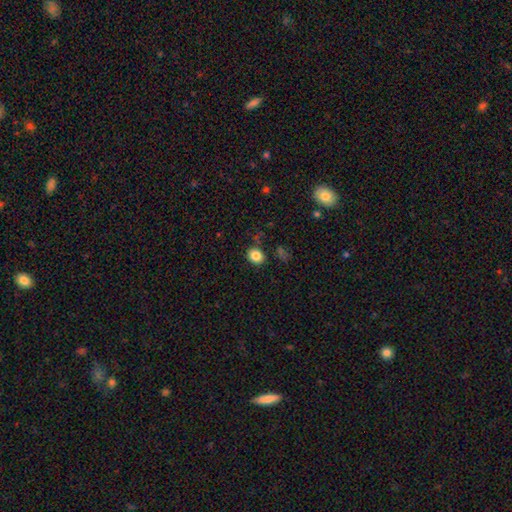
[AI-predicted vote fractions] smooth 84%, star or artifact 10%, featured or disk 5%. Down the decision tree: how rounded — round (59%); merging — none (82%).